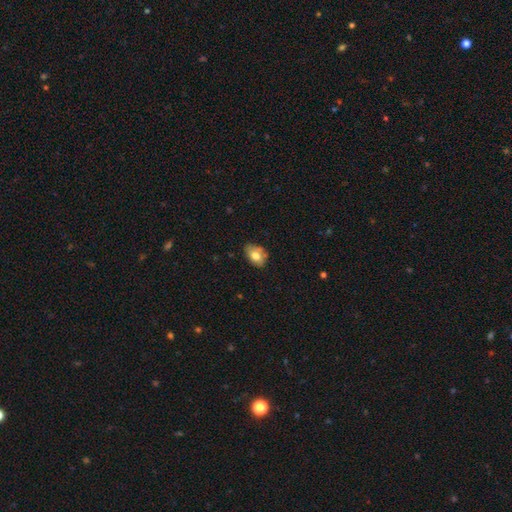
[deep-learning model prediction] smooth_or_featured: smooth (p=0.74) [alt: featured or disk p=0.17]
how_rounded: in between (p=0.81) [alt: round p=0.18]
merging: none (p=0.64) [alt: minor disturbance p=0.27]